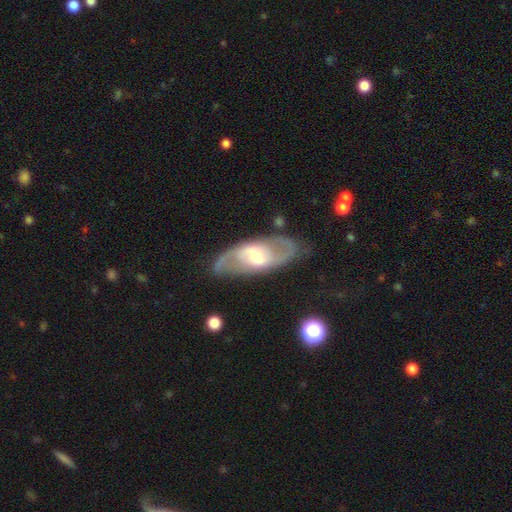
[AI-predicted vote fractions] A featured or disk galaxy (76%) with a weak bar (45%), 2 (83%) medium (47%) spiral arms (77%) and a moderate central bulge (54%). Merging: none (78%).